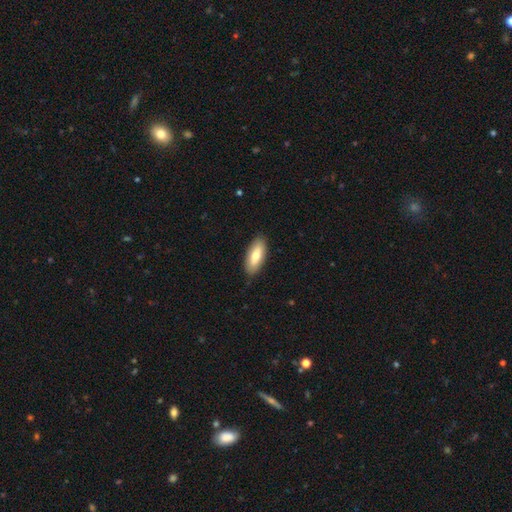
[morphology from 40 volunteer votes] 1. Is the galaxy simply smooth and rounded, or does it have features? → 75% smooth, 22% featured or disk, 2% star or artifact.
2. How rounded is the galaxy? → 73% in between, 27% cigar-shaped, 0% round.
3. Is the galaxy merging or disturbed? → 92% none, 8% minor disturbance, 0% major disturbance, 0% merger.